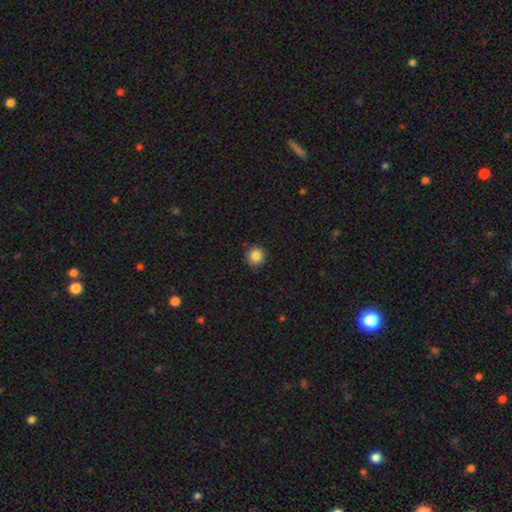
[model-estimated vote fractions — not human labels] smooth 86%, star or artifact 10%, featured or disk 4%. Down the decision tree: how rounded — round (91%); merging — none (88%).